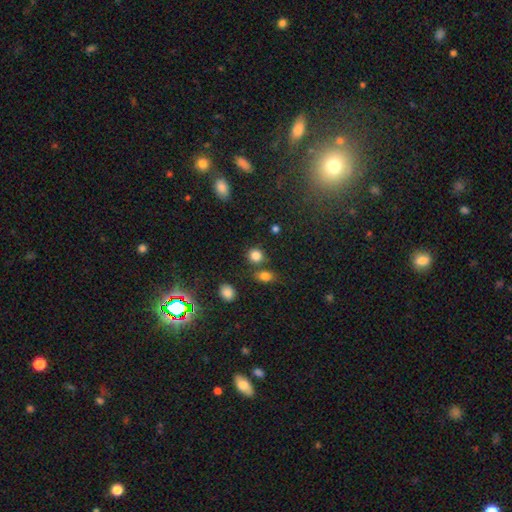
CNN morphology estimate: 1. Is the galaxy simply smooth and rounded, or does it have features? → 82% smooth, 13% star or artifact, 5% featured or disk.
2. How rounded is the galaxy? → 82% round, 16% in between, 1% cigar-shaped.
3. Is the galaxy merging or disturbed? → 70% none, 15% merger, 10% minor disturbance, 4% major disturbance.